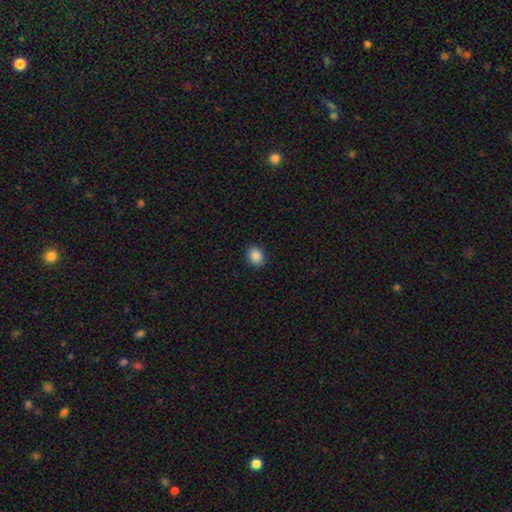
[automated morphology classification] Smooth or featured? smooth (87%)
How rounded? round (58%)
Merging? none (90%)